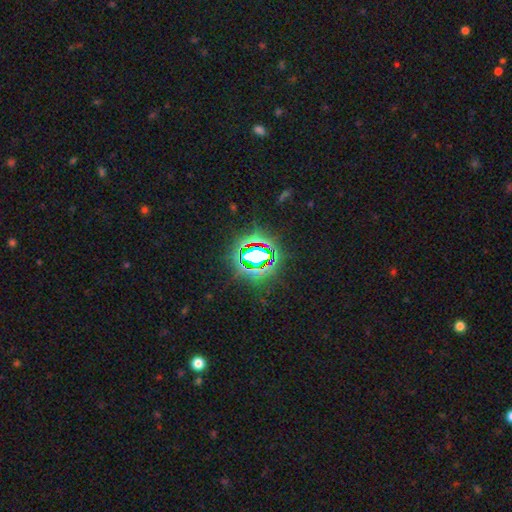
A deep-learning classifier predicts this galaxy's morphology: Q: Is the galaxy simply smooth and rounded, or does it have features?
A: star or artifact — 76%.